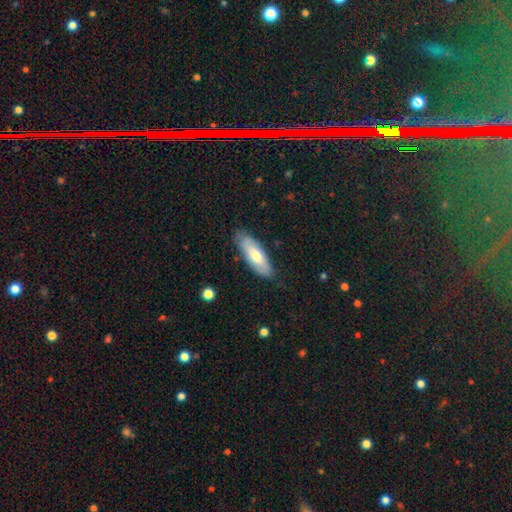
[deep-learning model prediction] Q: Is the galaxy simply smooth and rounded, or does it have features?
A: smooth — 66%.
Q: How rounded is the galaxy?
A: in between — 70%.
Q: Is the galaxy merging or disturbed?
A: none — 79%.